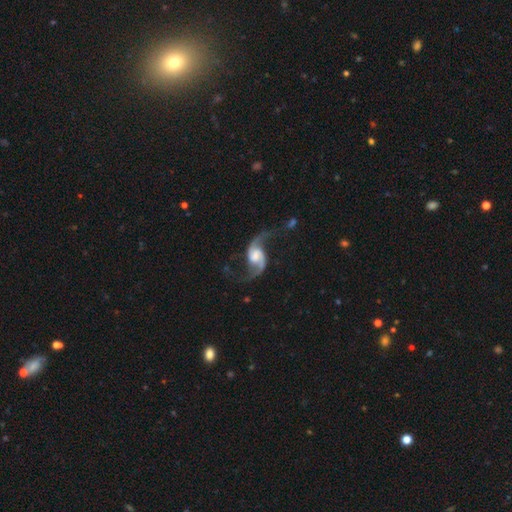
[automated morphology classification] A featured or disk galaxy (91%) with a weak bar (43%), 2 (94%) loose (74%) spiral arms (97%) and a moderate central bulge (31%). Merging: none (65%).